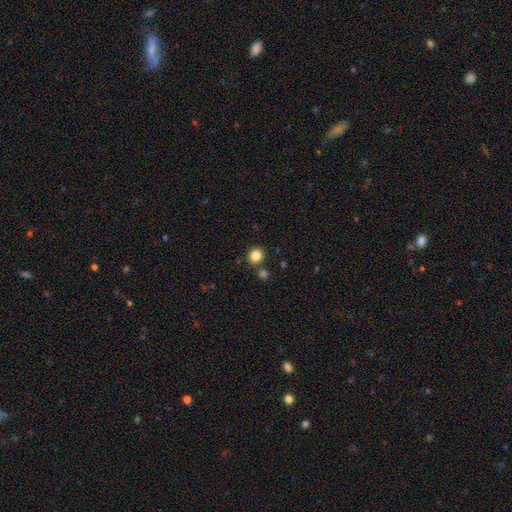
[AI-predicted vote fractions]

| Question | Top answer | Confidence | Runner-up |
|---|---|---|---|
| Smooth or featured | smooth | 84% | star or artifact (11%) |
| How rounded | round | 78% | in between (21%) |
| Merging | none | 80% | merger (9%) |